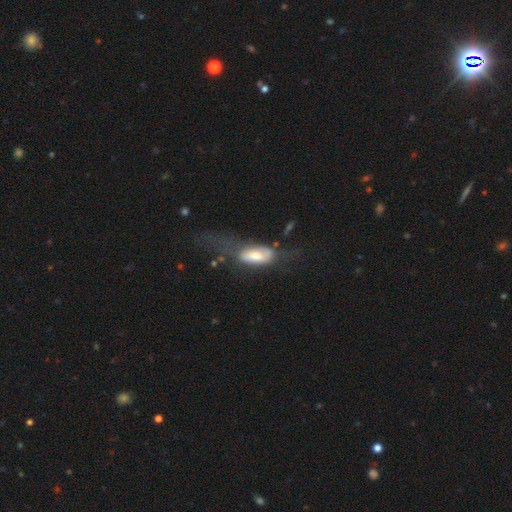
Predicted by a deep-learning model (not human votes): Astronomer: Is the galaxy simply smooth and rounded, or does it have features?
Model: smooth — 60%.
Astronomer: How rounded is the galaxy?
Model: in between — 84%.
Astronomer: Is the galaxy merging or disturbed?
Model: major disturbance — 45% (runner-up: none, 27%).